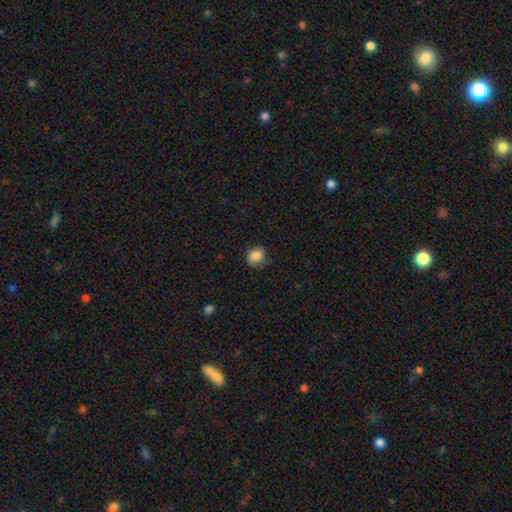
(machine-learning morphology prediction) A smooth galaxy with no disk features (86%) that is round (53%). Merging: none (79%).